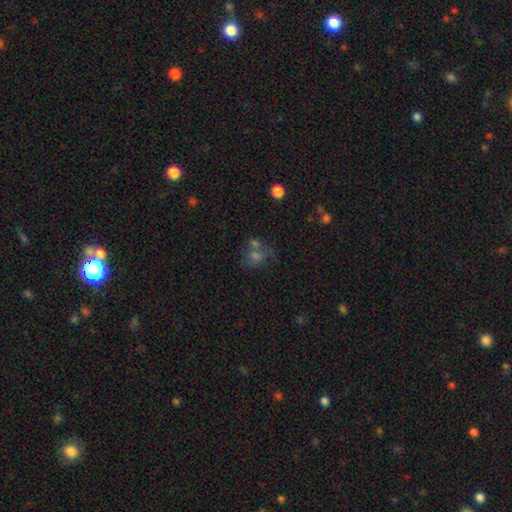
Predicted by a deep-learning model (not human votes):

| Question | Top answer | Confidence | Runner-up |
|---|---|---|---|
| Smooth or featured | smooth | 46% | featured or disk (29%) |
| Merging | none | 44% | merger (28%) |